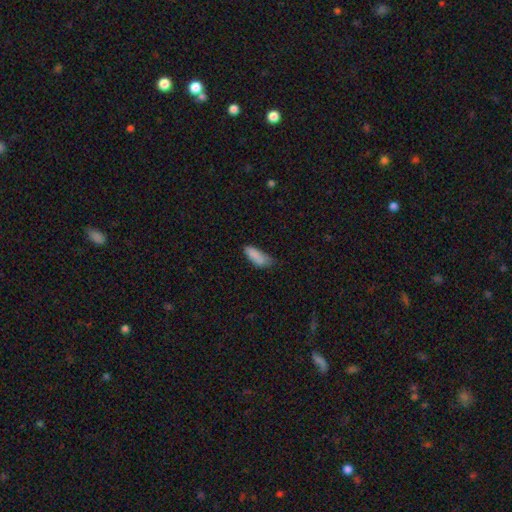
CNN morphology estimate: Smooth or featured?
  - smooth: 84% *
  - star or artifact: 8%
  - featured or disk: 8%
How rounded?
  - in between: 71% *
  - cigar-shaped: 27%
  - round: 2%
Merging?
  - none: 45% *
  - minor disturbance: 41%
  - major disturbance: 12%
  - merger: 3%